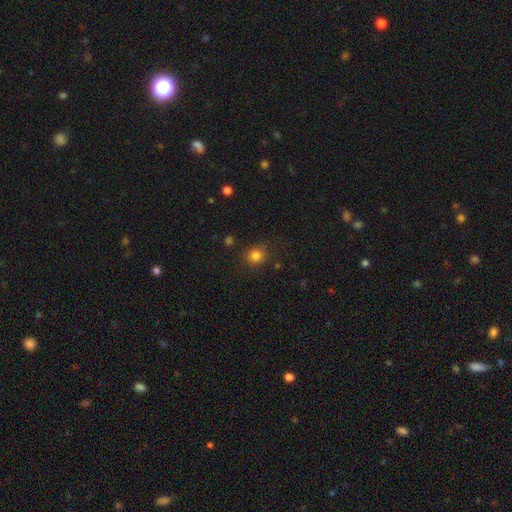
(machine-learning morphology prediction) A smooth galaxy with no disk features (82%) that is round (81%).

Vote fractions:
- Smooth or featured? smooth: 82% / star or artifact: 13% / featured or disk: 5%
- How rounded? round: 81% / in between: 18% / cigar-shaped: 1%
- Merging? none: 82% / minor disturbance: 12% / major disturbance: 4% / merger: 2%